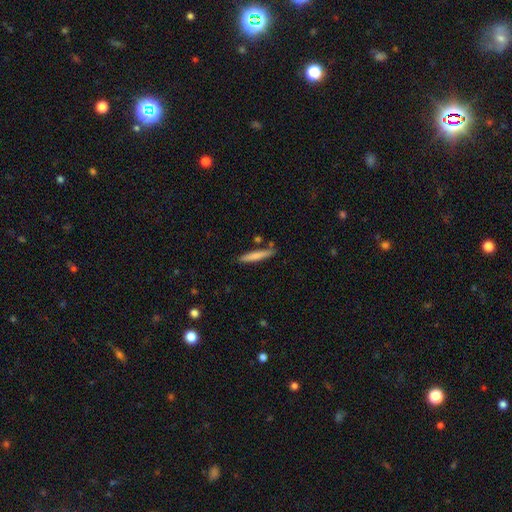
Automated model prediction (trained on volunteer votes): This appears to be a smooth galaxy with no disk features (74%) that is cigar-shaped (93%). Merging: none (81%).